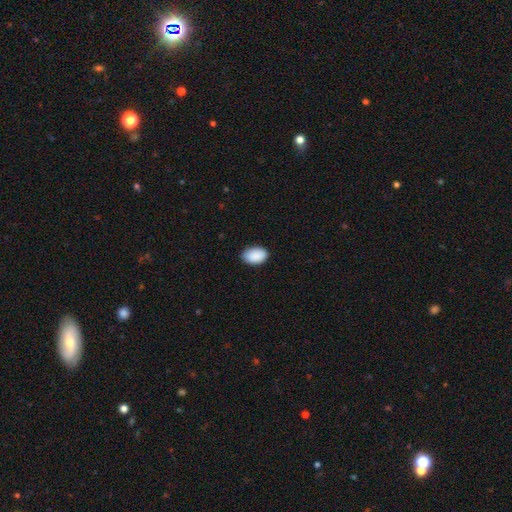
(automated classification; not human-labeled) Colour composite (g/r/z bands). It shows a smooth galaxy with no disk features (91%) that is in between round and cigar-shaped (88%). Merging: none (85%).